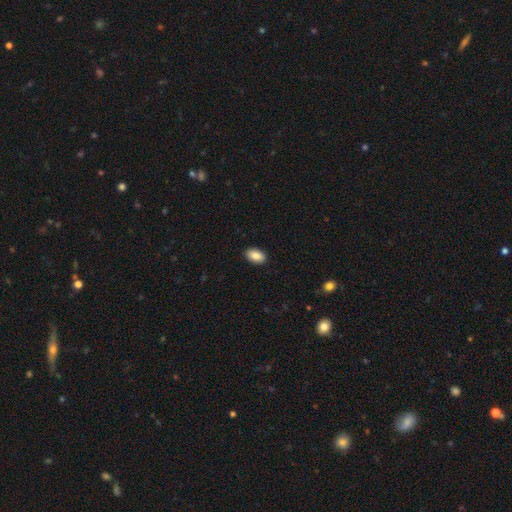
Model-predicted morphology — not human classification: Smooth or featured: smooth — 88% (star or artifact — 7%)
How rounded: in between — 92% (round — 6%)
Merging: none — 90% (minor disturbance — 7%)